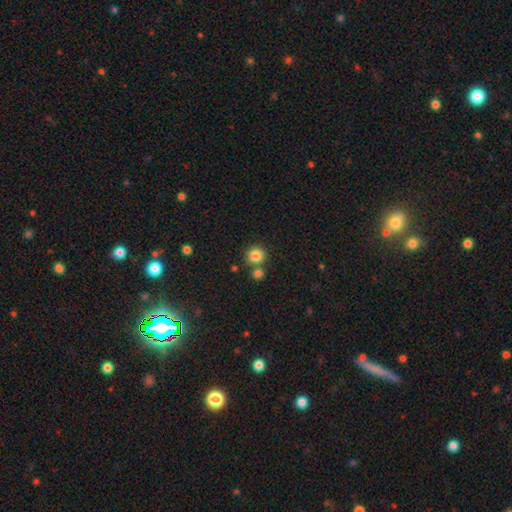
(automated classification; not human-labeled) smooth 84%, star or artifact 11%, featured or disk 5%. Down the decision tree: how rounded — round (92%); merging — none (70%).